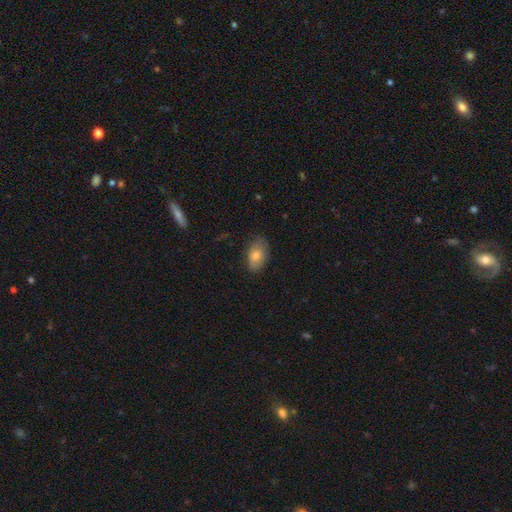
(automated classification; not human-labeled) Smooth or featured?
  - smooth: 78% *
  - featured or disk: 14%
  - star or artifact: 8%
How rounded?
  - in between: 89% *
  - round: 10%
  - cigar-shaped: 2%
Merging?
  - none: 76% *
  - minor disturbance: 20%
  - major disturbance: 3%
  - merger: 1%